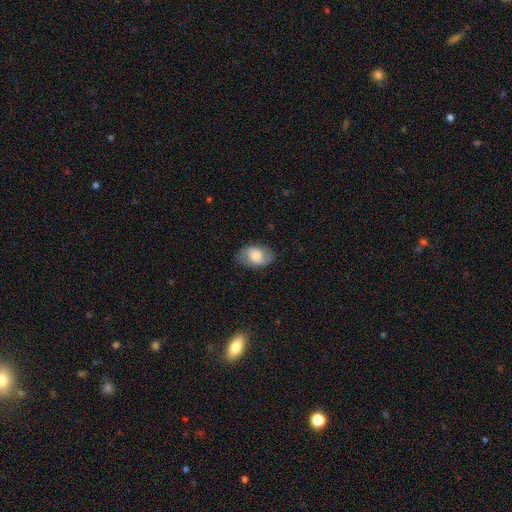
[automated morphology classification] Smooth or featured: smooth — 59% (featured or disk — 33%)
How rounded: in between — 86% (round — 13%)
Merging: none — 76% (minor disturbance — 17%)